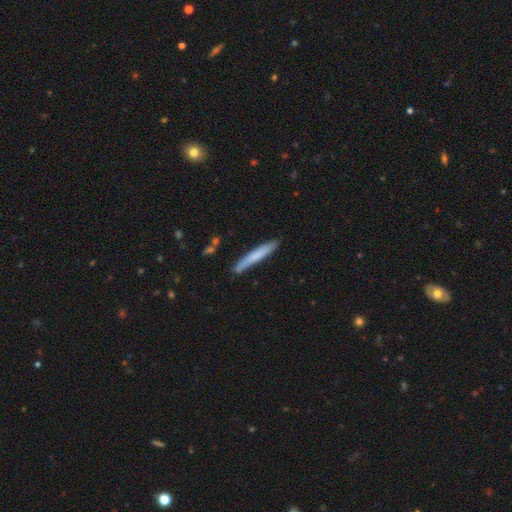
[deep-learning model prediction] Smooth or featured?
  - smooth: 70% *
  - featured or disk: 24%
  - star or artifact: 6%
How rounded?
  - cigar-shaped: 96% *
  - in between: 3%
  - round: 1%
Merging?
  - none: 84% *
  - minor disturbance: 12%
  - merger: 2%
  - major disturbance: 2%